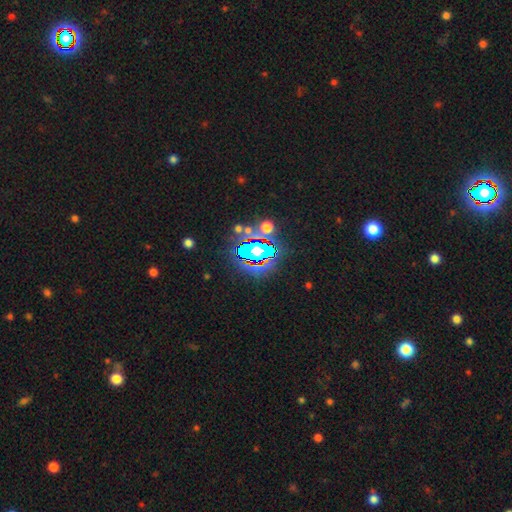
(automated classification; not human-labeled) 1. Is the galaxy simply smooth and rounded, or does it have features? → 80% star or artifact, 12% smooth, 8% featured or disk.